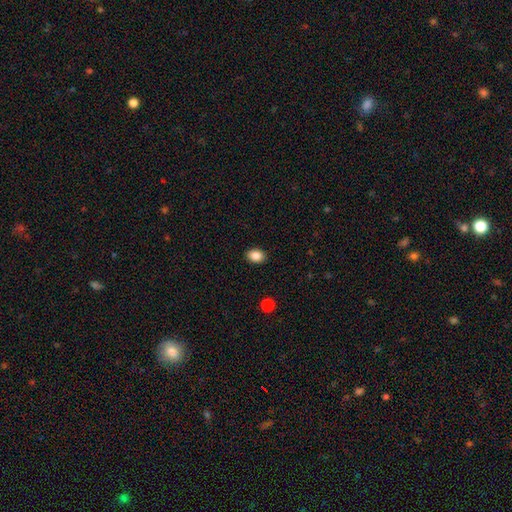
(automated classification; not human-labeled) smooth_or_featured: smooth (p=0.86) [alt: star or artifact p=0.09]
how_rounded: in between (p=0.68) [alt: round p=0.31]
merging: none (p=0.90) [alt: minor disturbance p=0.07]